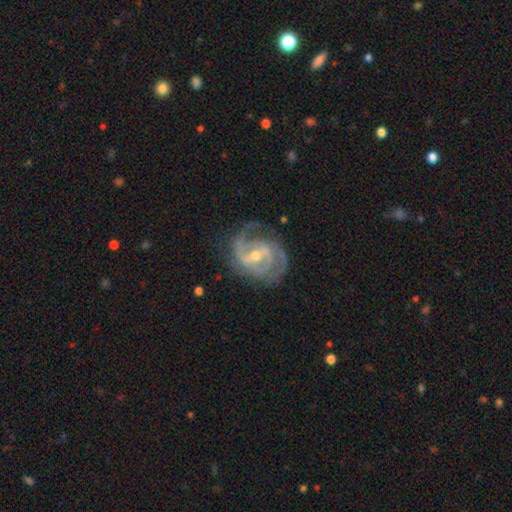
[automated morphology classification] A featured or disk galaxy (92%) with a weak bar (47%), 2 (53%) tight (46%) spiral arms (98%) and a moderate central bulge (51%).

Vote fractions:
- Smooth or featured? featured or disk: 92% / star or artifact: 4% / smooth: 4%
- Edge-on disk? no: 98% / yes: 2%
- Bar? weak: 47% / strong: 34% / no: 19%
- Spiral arms? yes: 98% / no: 2%
- Spiral winding? tight: 46% / medium: 44% / loose: 10%
- Spiral arm count? 2: 53% / 3: 25% / can't tell: 10% / 4: 4% / 1: 4% / more than 4: 4%
- Bulge size? moderate: 51% / small: 46% / large: 1% / none: 1% / dominant: 1%
- Merging? none: 71% / minor disturbance: 19% / major disturbance: 9% / merger: 1%